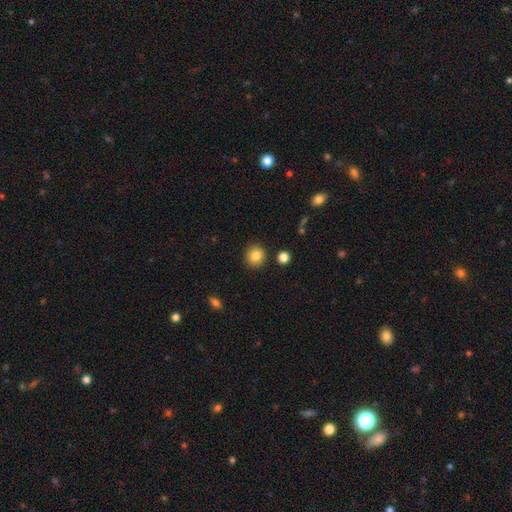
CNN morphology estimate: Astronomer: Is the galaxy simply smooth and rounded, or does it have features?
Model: smooth — 83%.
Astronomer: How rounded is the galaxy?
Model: round — 86%.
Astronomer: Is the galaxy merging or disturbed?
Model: none — 89%.